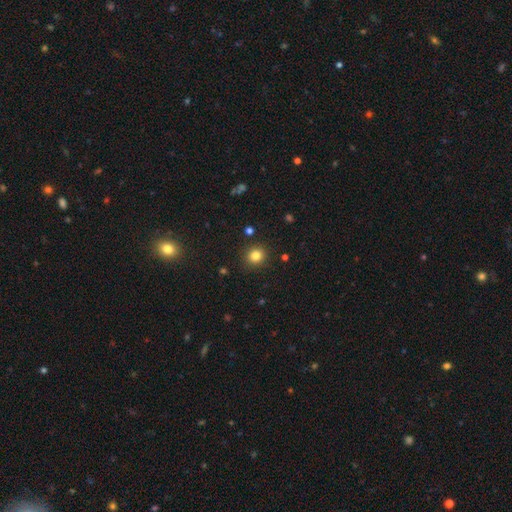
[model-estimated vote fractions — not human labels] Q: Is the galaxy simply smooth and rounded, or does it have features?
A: smooth — 82%.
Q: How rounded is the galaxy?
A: round — 87%.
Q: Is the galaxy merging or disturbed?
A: none — 90%.